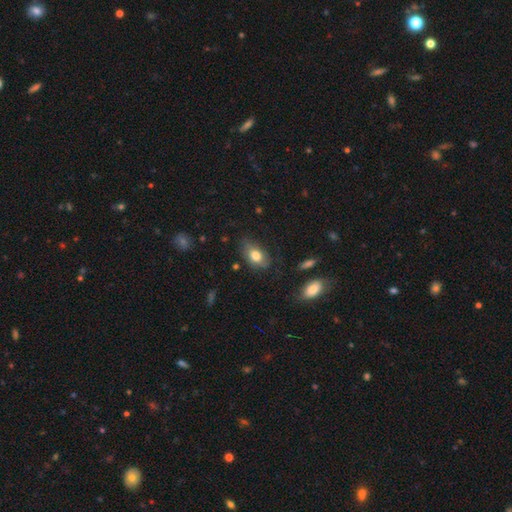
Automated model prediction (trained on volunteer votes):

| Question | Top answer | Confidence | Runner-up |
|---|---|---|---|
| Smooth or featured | smooth | 75% | featured or disk (18%) |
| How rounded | in between | 89% | round (8%) |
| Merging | none | 62% | minor disturbance (28%) |